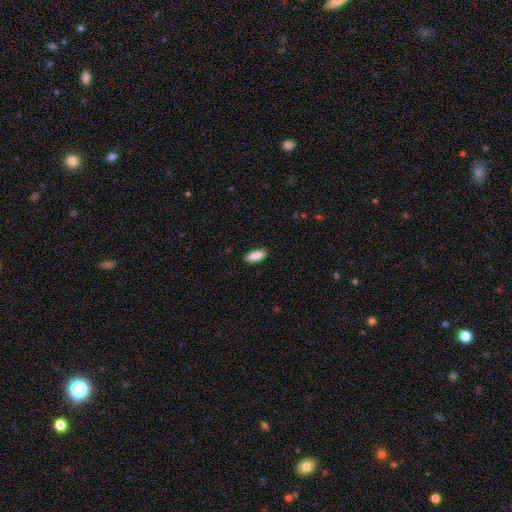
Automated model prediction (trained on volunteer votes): This is clearly a smooth galaxy (89%). How rounded: likely in between (75%). Merging: clearly none (88%).